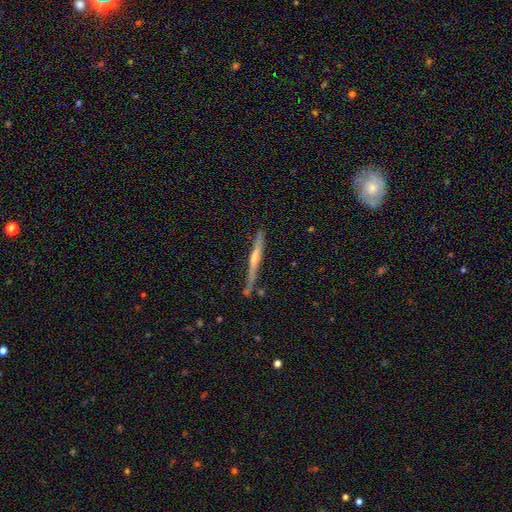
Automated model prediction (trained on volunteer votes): Smooth or featured: featured or disk — 70% (smooth — 24%)
Edge-on disk: yes — 97% (no — 3%)
Edge-on bulge: rounded — 64% (none — 28%)
Merging: none — 80% (minor disturbance — 13%)